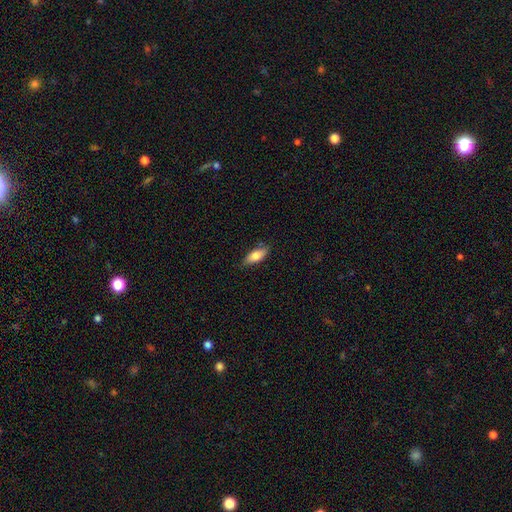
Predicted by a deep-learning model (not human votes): This is likely a smooth galaxy (77%). How rounded: likely in between (77%). Merging: likely none (80%).